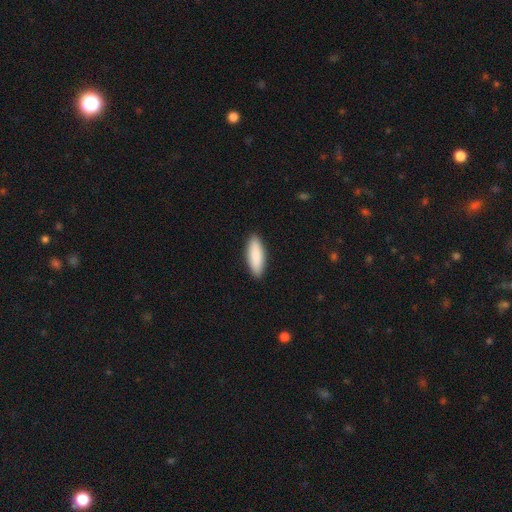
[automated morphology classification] A smooth galaxy with no disk features (88%) that is in between round and cigar-shaped (60%). Merging: none (90%).